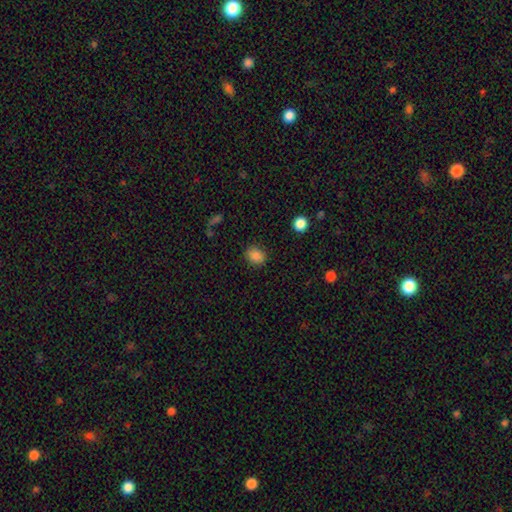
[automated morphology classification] Overall: smooth (86%). How rounded: round (57%; in between 42%). Merging: none (86%).